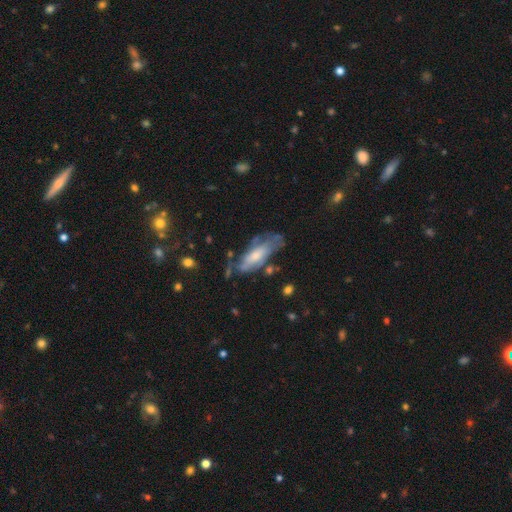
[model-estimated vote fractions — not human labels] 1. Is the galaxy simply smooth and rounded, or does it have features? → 50% featured or disk, 44% smooth, 6% star or artifact.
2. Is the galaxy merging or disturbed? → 41% none, 29% minor disturbance, 23% major disturbance, 7% merger.